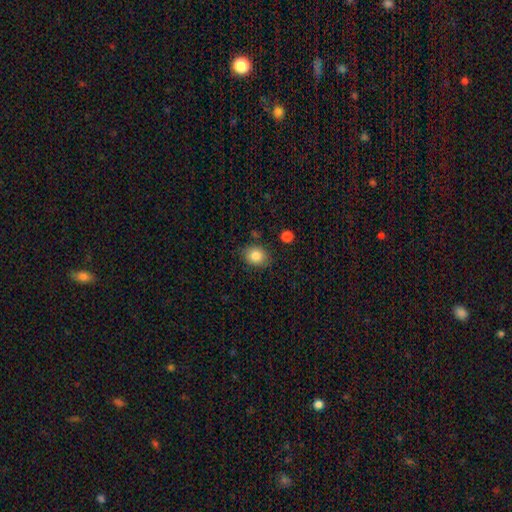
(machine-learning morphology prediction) Overall: smooth (84%). How rounded: in between (50%; round 49%). Merging: none (82%).